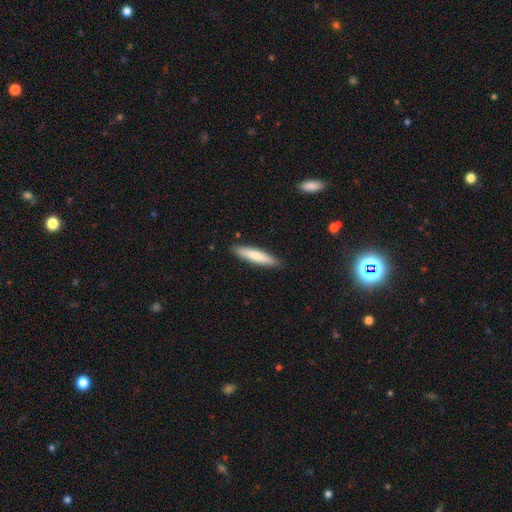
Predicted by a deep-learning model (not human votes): Smooth or featured: smooth — 78% (featured or disk — 17%)
How rounded: cigar-shaped — 86% (in between — 13%)
Merging: none — 89% (minor disturbance — 8%)